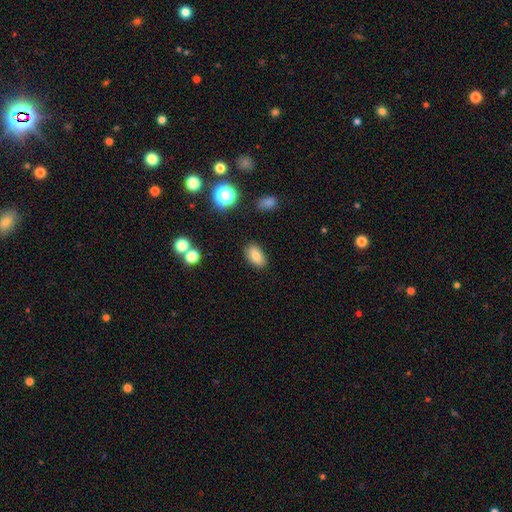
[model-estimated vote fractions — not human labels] Smooth or featured?
  - smooth: 79% *
  - featured or disk: 10%
  - star or artifact: 10%
How rounded?
  - in between: 90% *
  - round: 7%
  - cigar-shaped: 3%
Merging?
  - none: 85% *
  - minor disturbance: 10%
  - major disturbance: 3%
  - merger: 2%